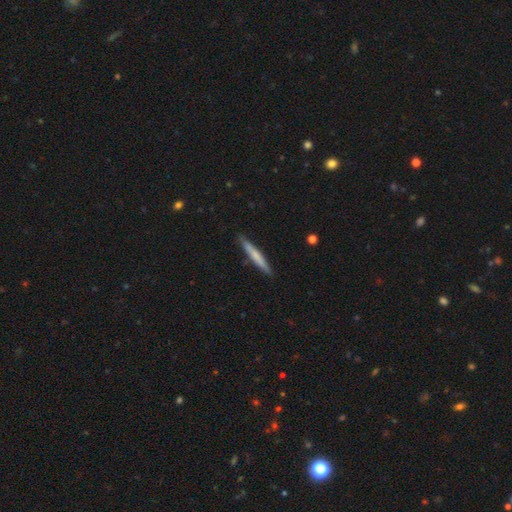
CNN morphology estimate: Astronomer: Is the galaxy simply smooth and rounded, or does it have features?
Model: smooth — 61%.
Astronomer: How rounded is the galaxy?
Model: cigar-shaped — 96%.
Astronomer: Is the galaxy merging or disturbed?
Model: none — 89%.